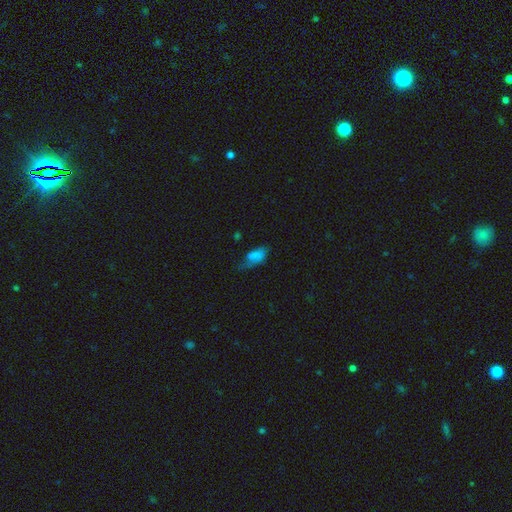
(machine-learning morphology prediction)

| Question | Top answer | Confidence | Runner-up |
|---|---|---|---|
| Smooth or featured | smooth | 71% | featured or disk (17%) |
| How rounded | in between | 88% | cigar-shaped (8%) |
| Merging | minor disturbance | 35% | major disturbance (30%) |